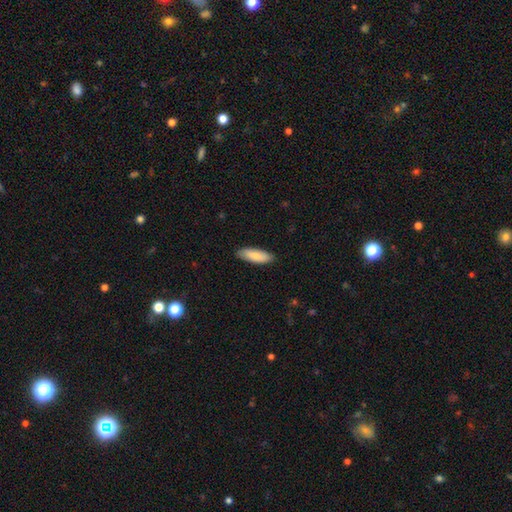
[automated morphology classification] Smooth or featured: smooth — 83% (featured or disk — 12%)
How rounded: in between — 63% (cigar-shaped — 35%)
Merging: none — 87% (minor disturbance — 11%)